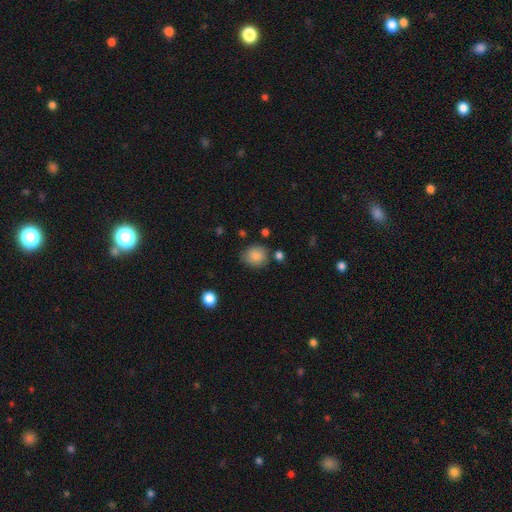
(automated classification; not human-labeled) smooth 85%, star or artifact 9%, featured or disk 6%. Down the decision tree: how rounded — round (77%); merging — none (72%).